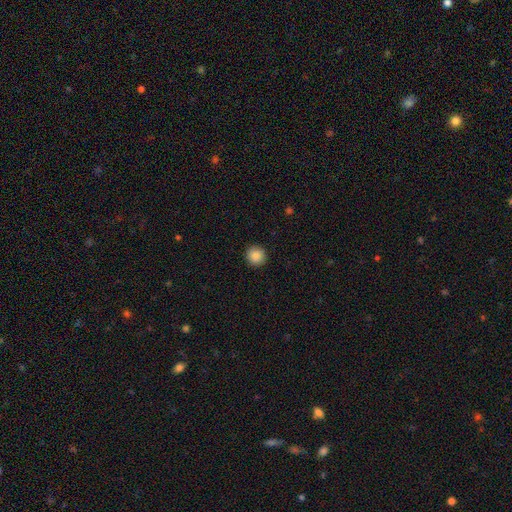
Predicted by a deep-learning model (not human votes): This appears to be a smooth galaxy with no disk features (88%) that is round (94%). Merging: none (93%).